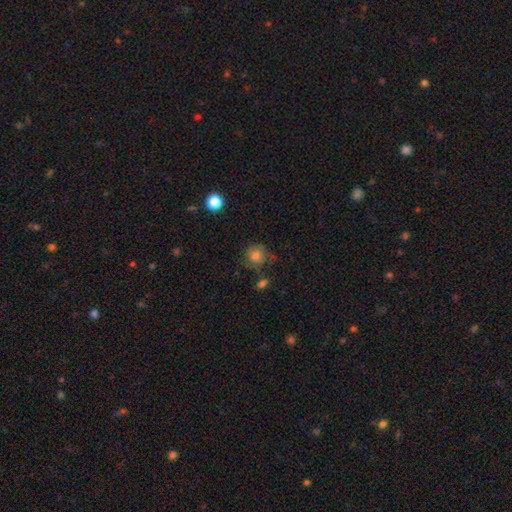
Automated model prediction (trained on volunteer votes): This is likely a smooth galaxy (73%). How rounded: clearly round (87%). Merging: likely none (65%).